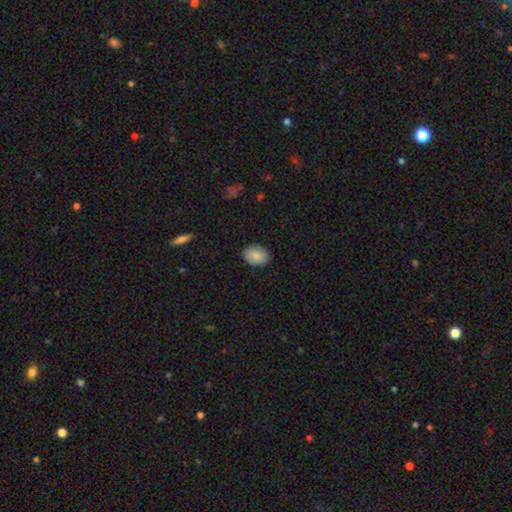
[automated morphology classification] smooth-or-featured: smooth: 86% | featured or disk: 7% | star or artifact: 7%
  how-rounded: in between: 77% | round: 22% | cigar-shaped: 1%
  merging: none: 86% | minor disturbance: 11% | major disturbance: 2% | merger: 1%